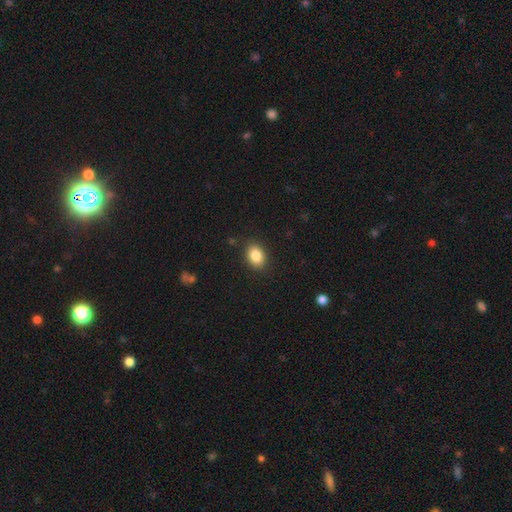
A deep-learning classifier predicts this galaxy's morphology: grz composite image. It shows a smooth galaxy with no disk features (86%) that is in between round and cigar-shaped (72%). Merging: none (87%).